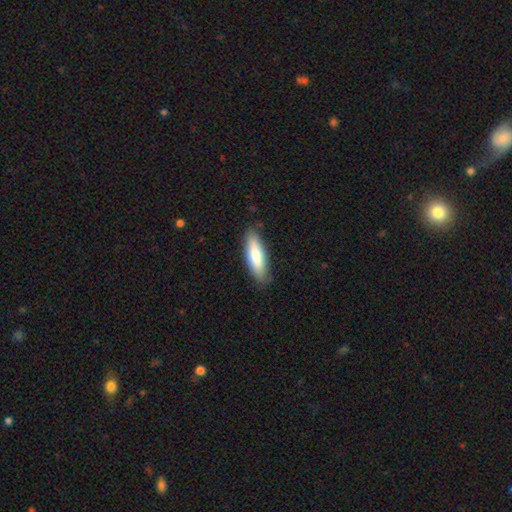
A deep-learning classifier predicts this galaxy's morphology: This is likely a smooth galaxy (74%). How rounded: possibly cigar-shaped (52%). Merging: clearly none (85%).